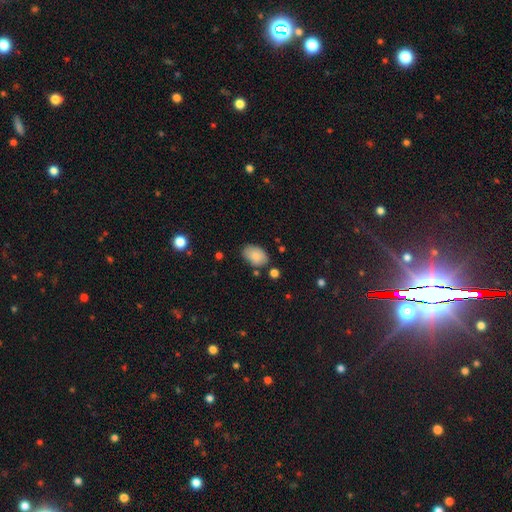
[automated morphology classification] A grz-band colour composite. It shows a smooth galaxy with no disk features (85%) that is in between round and cigar-shaped (89%). Merging: none (77%).